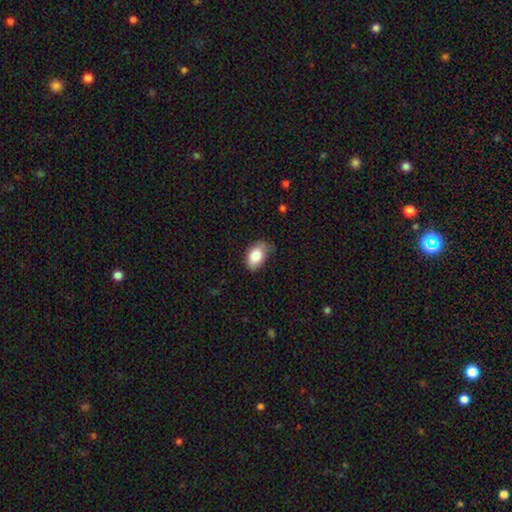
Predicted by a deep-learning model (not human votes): This appears to be a smooth galaxy with no disk features (83%) that is in between round and cigar-shaped (90%). Merging: none (59%).